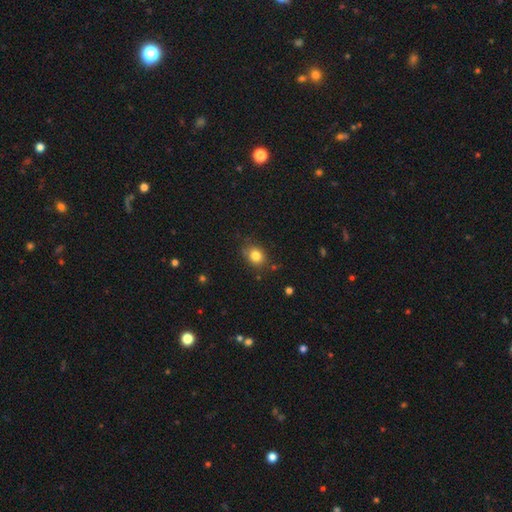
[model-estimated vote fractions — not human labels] smooth_or_featured: smooth (p=0.82) [alt: star or artifact p=0.11]
how_rounded: round (p=0.57) [alt: in between p=0.41]
merging: none (p=0.78) [alt: minor disturbance p=0.16]